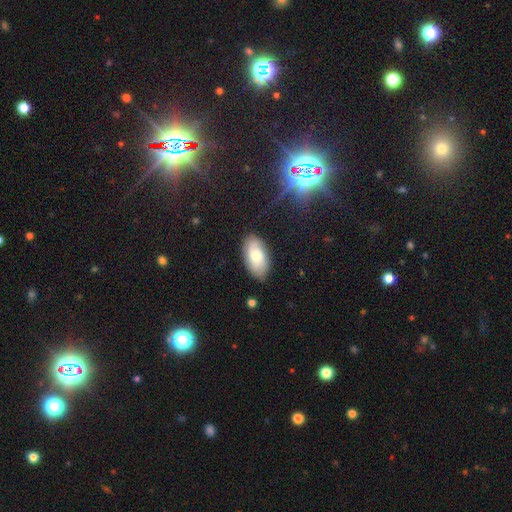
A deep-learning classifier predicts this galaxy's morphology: Smooth or featured? Predicted: smooth (p=0.61). How rounded? Predicted: in between (p=0.93). Merging? Predicted: none (p=0.83).